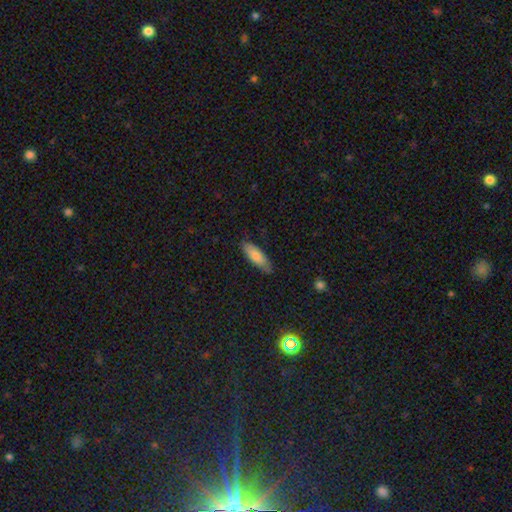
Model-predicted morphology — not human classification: Smooth or featured? smooth (82%)
How rounded? in between (61%)
Merging? none (78%)